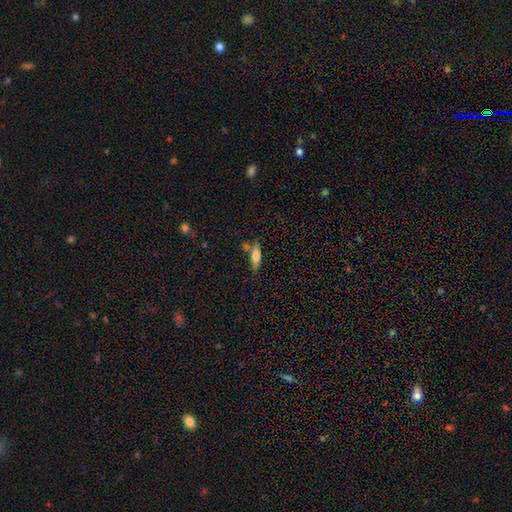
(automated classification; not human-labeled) Q: Smooth or featured?
A: smooth (68%); runner-up: featured or disk (24%)
Q: How rounded?
A: cigar-shaped (53%); runner-up: in between (44%)
Q: Merging?
A: none (65%); runner-up: minor disturbance (18%)